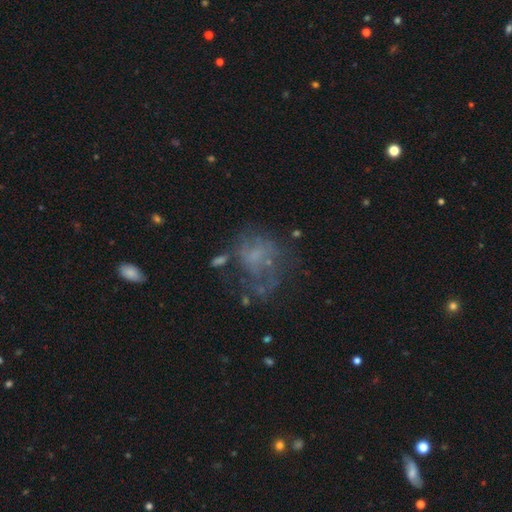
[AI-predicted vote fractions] smooth-or-featured: featured or disk: 51% | smooth: 31% | star or artifact: 18%
  disk-edge-on: no: 98% | yes: 2%
  merging: none: 38% | major disturbance: 34% | minor disturbance: 20% | merger: 8%